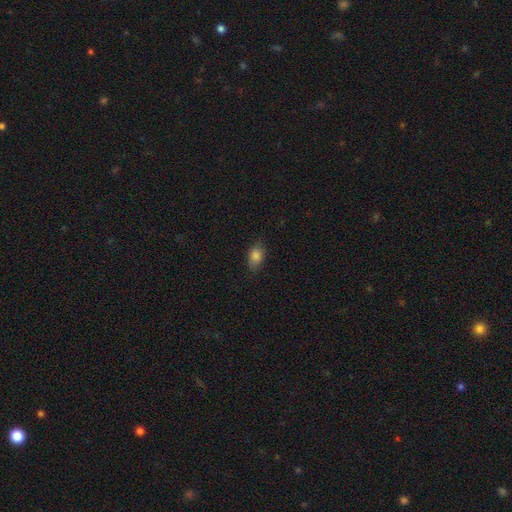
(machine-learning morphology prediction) Q: Smooth or featured?
A: smooth (84%); runner-up: star or artifact (9%)
Q: How rounded?
A: in between (80%); runner-up: round (17%)
Q: Merging?
A: none (76%); runner-up: minor disturbance (19%)